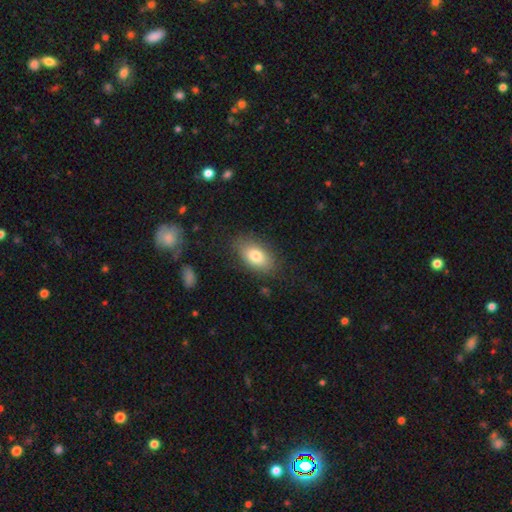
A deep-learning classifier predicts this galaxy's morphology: smooth-or-featured: smooth: 79% | featured or disk: 13% | star or artifact: 8%
  how-rounded: in between: 90% | round: 7% | cigar-shaped: 3%
  merging: none: 82% | minor disturbance: 13% | major disturbance: 4% | merger: 1%